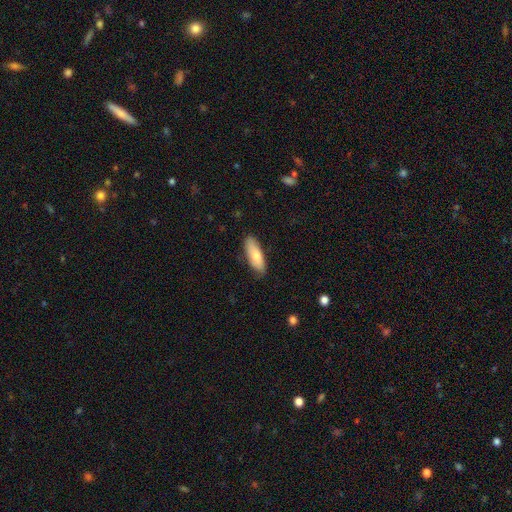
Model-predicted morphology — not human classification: A smooth galaxy with no disk features (78%) that is in between round and cigar-shaped (61%). Merging: none (82%).